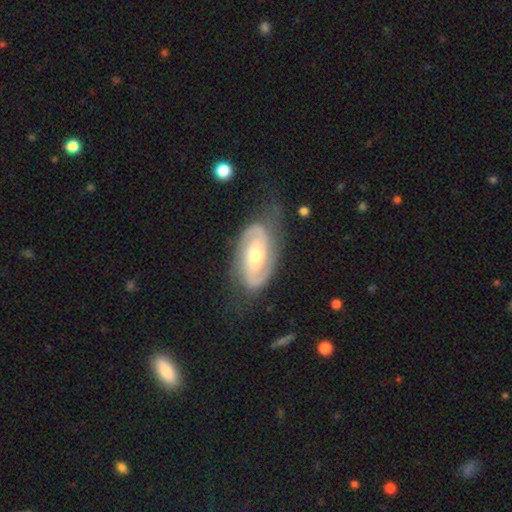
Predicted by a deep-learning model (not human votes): featured or disk 86%, smooth 10%, star or artifact 5%. Down the decision tree: edge-on disk — no (96%); bar — no (50%); spiral arms — yes (96%); spiral arm count — 2 (87%); spiral winding — tight (44%); bulge size — moderate (64%); merging — none (67%).